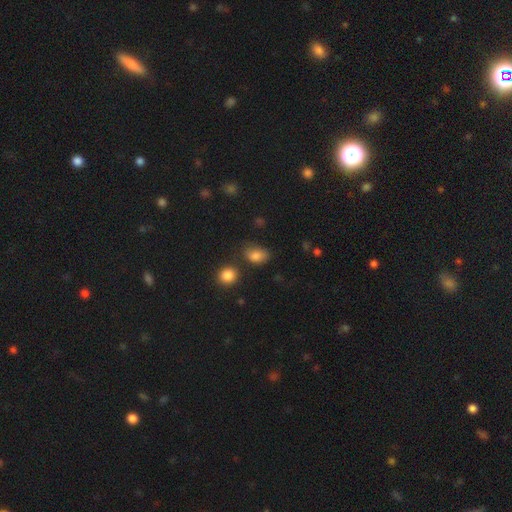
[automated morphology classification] smooth 83%, star or artifact 10%, featured or disk 6%. Down the decision tree: how rounded — in between (81%); merging — none (62%).